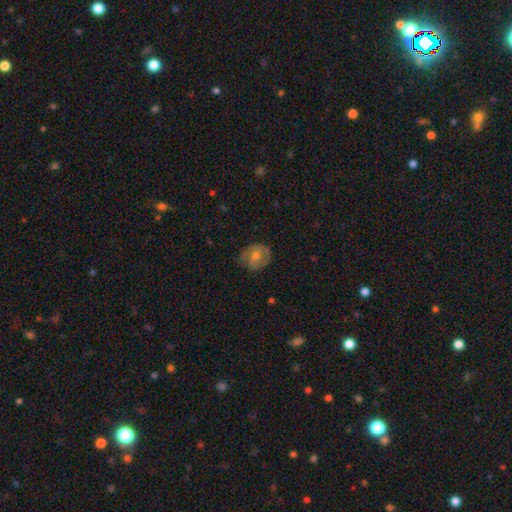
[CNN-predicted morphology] featured or disk 50%, smooth 41%, star or artifact 8%. Down the decision tree: edge-on disk — no (95%); merging — none (77%).